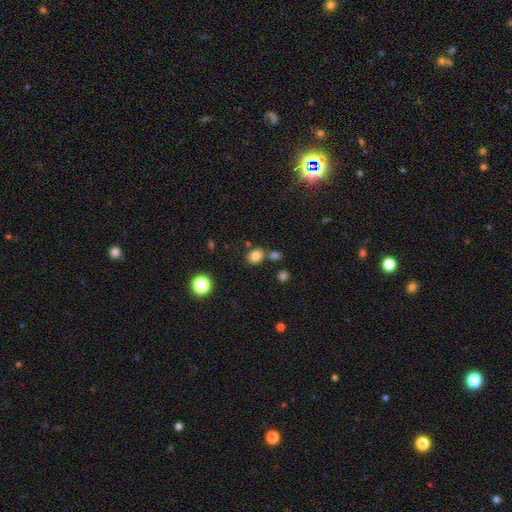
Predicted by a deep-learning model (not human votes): Smooth or featured?
  - smooth: 81% *
  - star or artifact: 12%
  - featured or disk: 7%
How rounded?
  - round: 51% *
  - in between: 48%
  - cigar-shaped: 1%
Merging?
  - none: 73% *
  - merger: 13%
  - minor disturbance: 11%
  - major disturbance: 3%